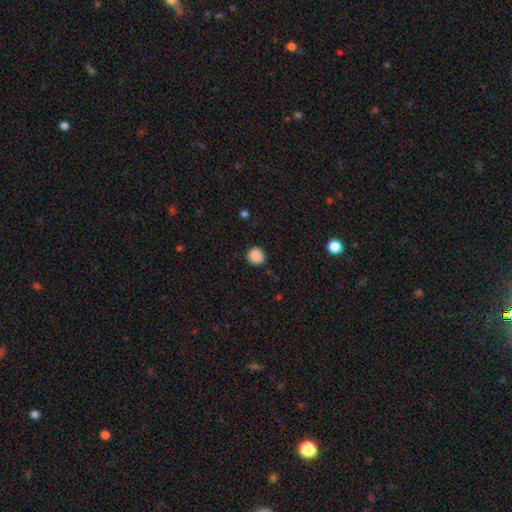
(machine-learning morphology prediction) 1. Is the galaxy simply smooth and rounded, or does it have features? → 88% smooth, 9% star or artifact, 3% featured or disk.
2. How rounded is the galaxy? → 90% round, 9% in between, 1% cigar-shaped.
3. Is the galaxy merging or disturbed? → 89% none, 8% minor disturbance, 2% major disturbance, 1% merger.